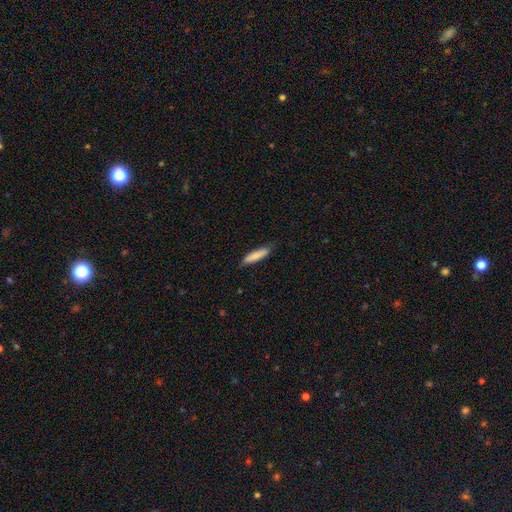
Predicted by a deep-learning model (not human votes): smooth_or_featured: smooth (p=0.82) [alt: featured or disk p=0.12]
how_rounded: cigar-shaped (p=0.76) [alt: in between p=0.22]
merging: none (p=0.79) [alt: minor disturbance p=0.17]